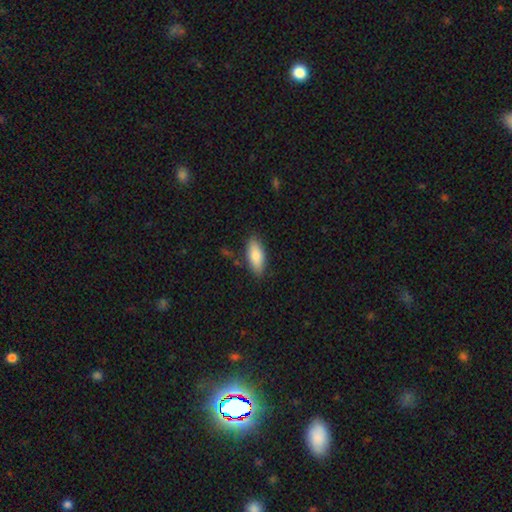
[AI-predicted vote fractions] Smooth or featured?
  - smooth: 84% *
  - featured or disk: 10%
  - star or artifact: 6%
How rounded?
  - in between: 78% *
  - cigar-shaped: 20%
  - round: 2%
Merging?
  - none: 82% *
  - minor disturbance: 13%
  - major disturbance: 3%
  - merger: 2%